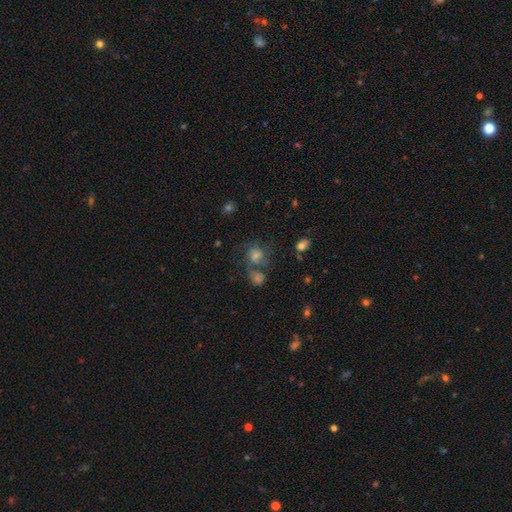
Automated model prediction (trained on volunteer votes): A featured or disk galaxy (38%).

Vote fractions:
- Smooth or featured? featured or disk: 38% / smooth: 36% / star or artifact: 26%
- Merging? none: 47% / merger: 29% / minor disturbance: 13% / major disturbance: 11%